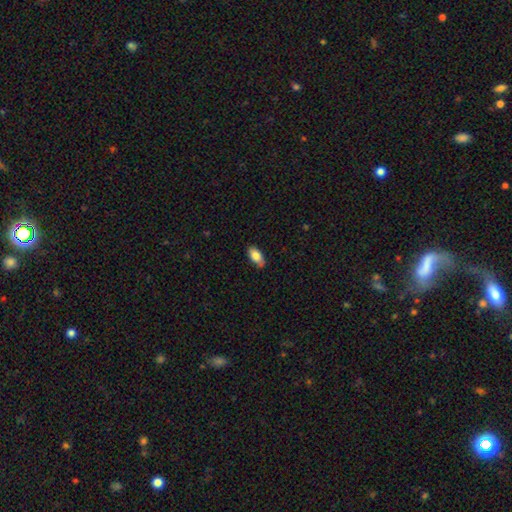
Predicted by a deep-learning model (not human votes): Q: Smooth or featured?
A: smooth (82%); runner-up: featured or disk (11%)
Q: How rounded?
A: in between (91%); runner-up: cigar-shaped (6%)
Q: Merging?
A: none (81%); runner-up: minor disturbance (16%)